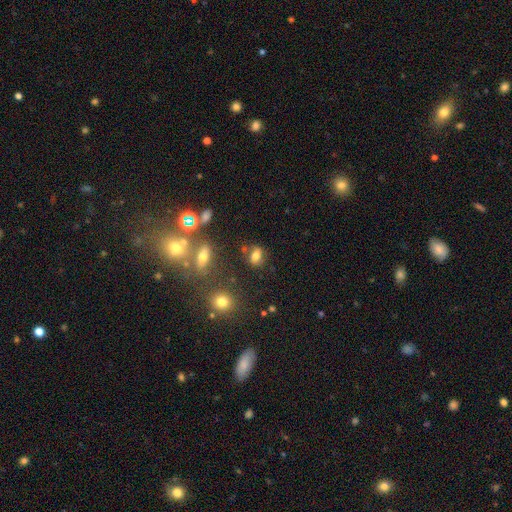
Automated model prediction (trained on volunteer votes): smooth-or-featured: smooth: 67% | featured or disk: 18% | star or artifact: 16%
  how-rounded: in between: 65% | round: 33% | cigar-shaped: 3%
  merging: none: 68% | minor disturbance: 16% | merger: 9% | major disturbance: 6%